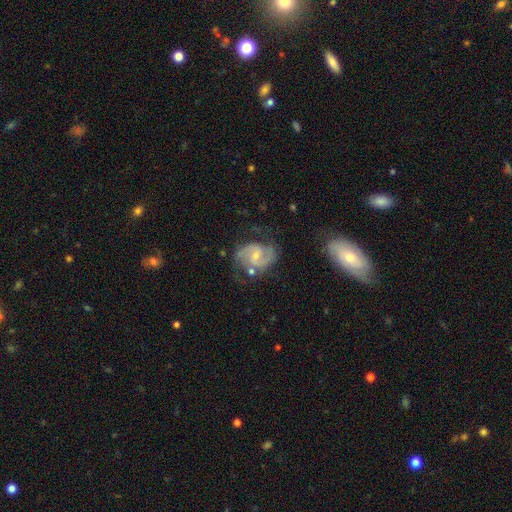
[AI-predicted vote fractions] smooth_or_featured: featured or disk (p=0.86) [alt: smooth p=0.08]
disk_edge_on: no (p=0.98) [alt: yes p=0.02]
bar: weak (p=0.52) [alt: no p=0.36]
has_spiral_arms: yes (p=0.96) [alt: no p=0.04]
spiral_winding: medium (p=0.55) [alt: loose p=0.23]
spiral_arm_count: 2 (p=0.88) [alt: can't tell p=0.05]
bulge_size: small (p=0.63) [alt: moderate p=0.32]
merging: none (p=0.62) [alt: minor disturbance p=0.21]